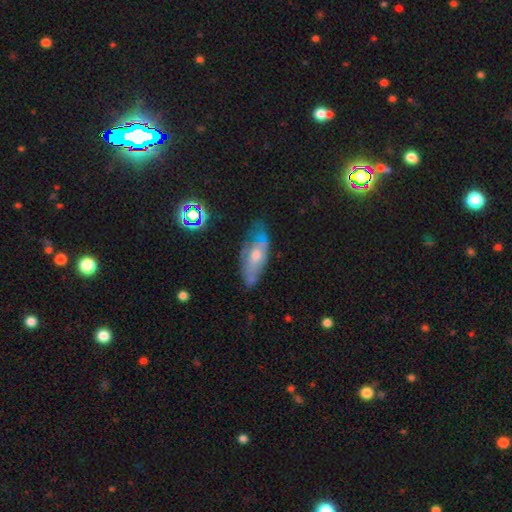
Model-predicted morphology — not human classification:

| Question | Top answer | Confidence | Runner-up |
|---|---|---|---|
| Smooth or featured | featured or disk | 55% | smooth (35%) |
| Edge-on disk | no | 80% | yes (20%) |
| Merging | none | 59% | minor disturbance (29%) |